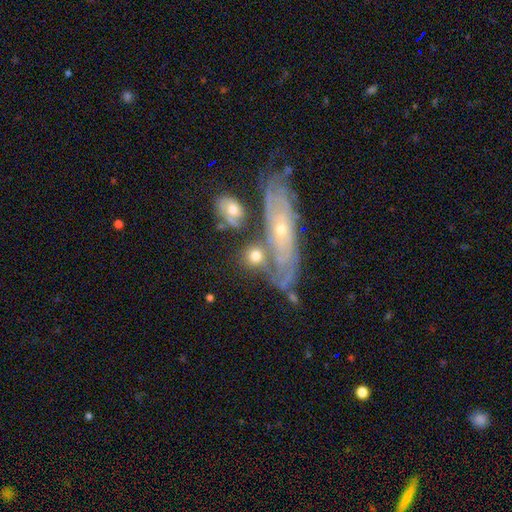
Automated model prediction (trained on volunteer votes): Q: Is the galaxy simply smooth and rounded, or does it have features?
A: smooth — 61%.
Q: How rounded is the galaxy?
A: round — 71%.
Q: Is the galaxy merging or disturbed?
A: none — 54%.